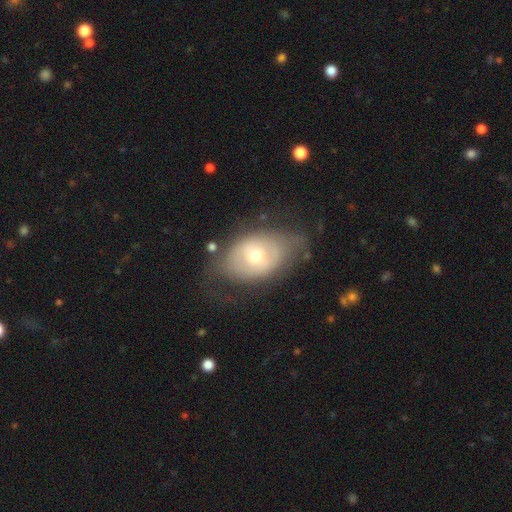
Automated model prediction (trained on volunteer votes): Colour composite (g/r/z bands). It shows a featured or disk galaxy (50%). Merging: none (59%).